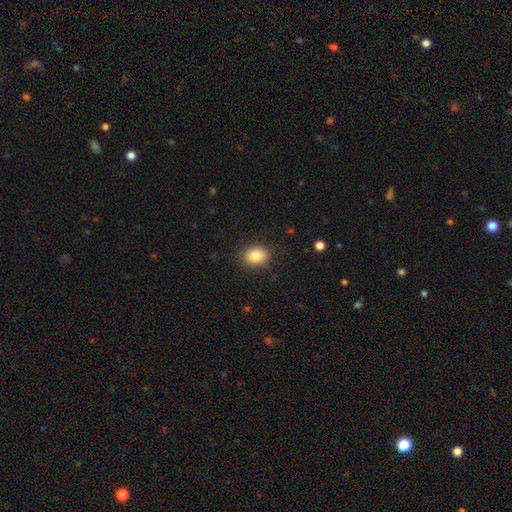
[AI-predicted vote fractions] A smooth galaxy with no disk features (87%) that is in between round and cigar-shaped (66%).

Vote fractions:
- Smooth or featured? smooth: 87% / star or artifact: 8% / featured or disk: 5%
- How rounded? in between: 66% / round: 33% / cigar-shaped: 1%
- Merging? none: 87% / minor disturbance: 9% / major disturbance: 3% / merger: 1%